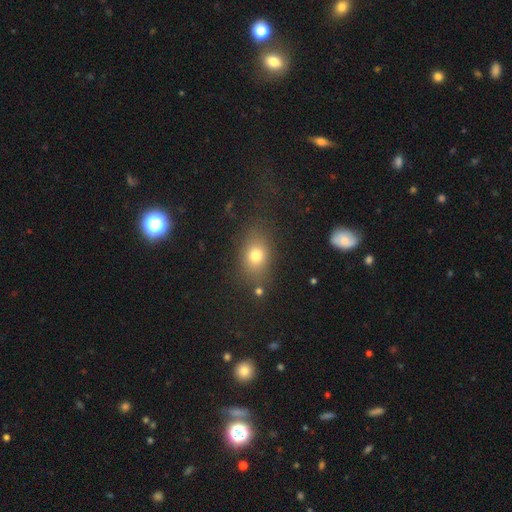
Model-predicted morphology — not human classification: Smooth or featured?
  - smooth: 75% *
  - star or artifact: 14%
  - featured or disk: 11%
How rounded?
  - in between: 67% *
  - round: 31%
  - cigar-shaped: 2%
Merging?
  - none: 75% *
  - minor disturbance: 14%
  - major disturbance: 7%
  - merger: 4%